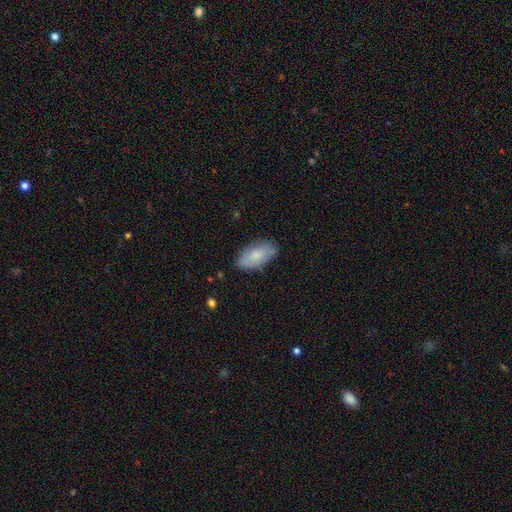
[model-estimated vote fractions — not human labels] Morphology: type=smooth (78%); roundness=in between (93%); merging=none (81%).